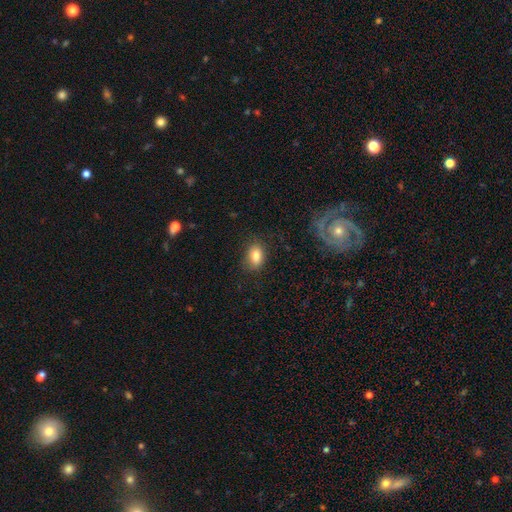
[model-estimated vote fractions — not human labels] smooth-or-featured: smooth: 82% | star or artifact: 9% | featured or disk: 8%
  how-rounded: in between: 79% | round: 19% | cigar-shaped: 2%
  merging: none: 82% | minor disturbance: 13% | major disturbance: 4% | merger: 1%